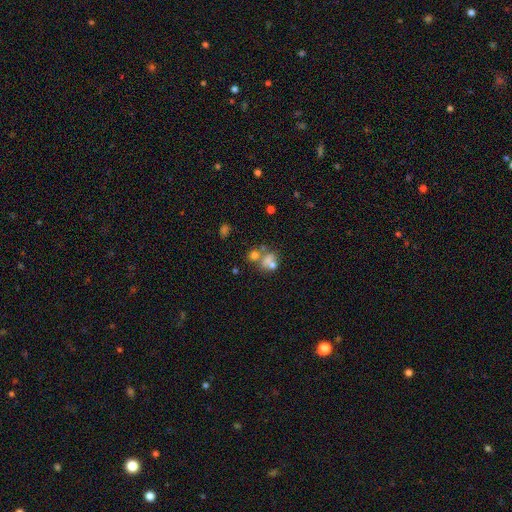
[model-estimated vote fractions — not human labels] Smooth or featured? smooth (49%)
Merging? none (44%)